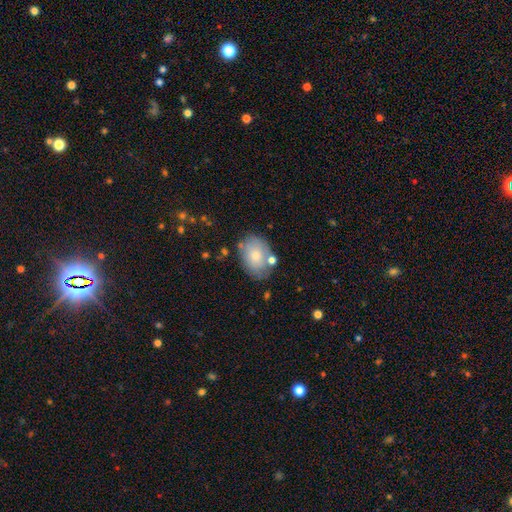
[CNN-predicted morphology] smooth-or-featured: smooth: 74% | featured or disk: 19% | star or artifact: 7%
  how-rounded: in between: 77% | round: 22% | cigar-shaped: 1%
  merging: none: 68% | minor disturbance: 19% | merger: 8% | major disturbance: 5%